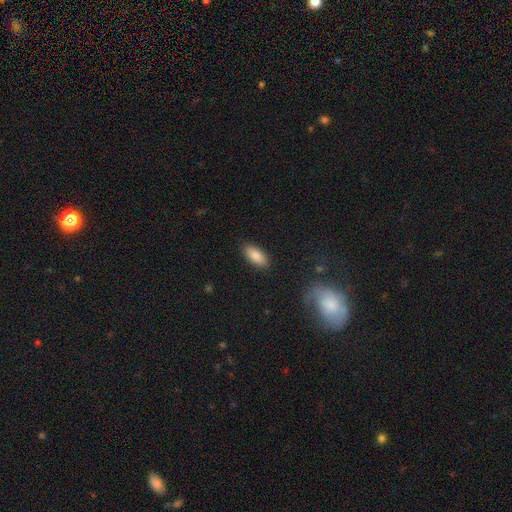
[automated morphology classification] Smooth or featured: smooth — 86% (featured or disk — 7%)
How rounded: in between — 87% (cigar-shaped — 11%)
Merging: none — 88% (minor disturbance — 9%)